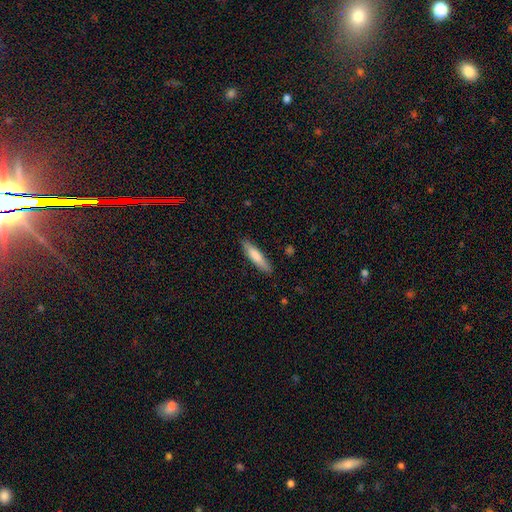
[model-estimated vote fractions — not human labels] This appears to be a smooth galaxy with no disk features (77%) that is cigar-shaped (80%). Merging: none (87%).